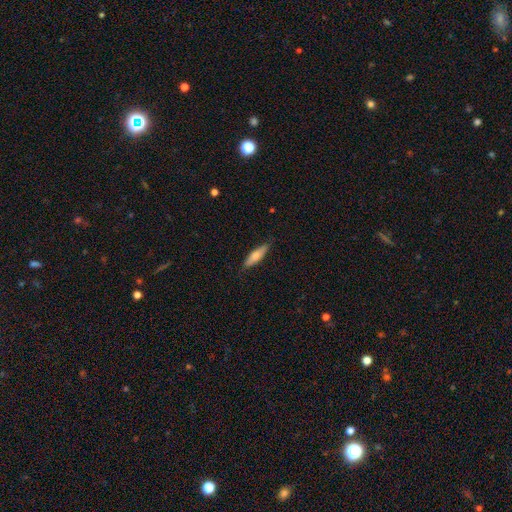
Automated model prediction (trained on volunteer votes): Overall: smooth (62%; featured or disk 32%). How rounded: cigar-shaped (65%; in between 34%). Merging: none (84%).